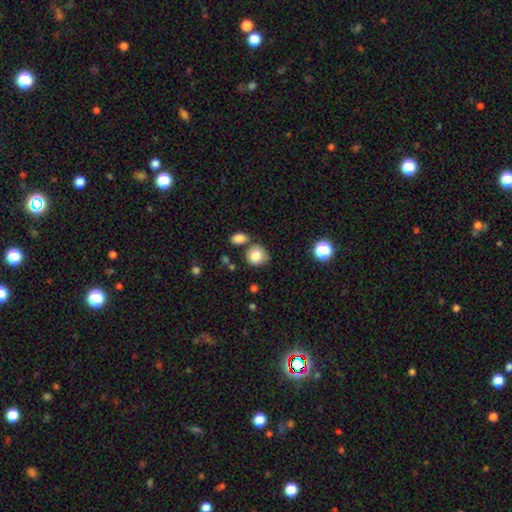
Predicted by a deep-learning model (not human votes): Overall: smooth (82%). How rounded: round (80%). Merging: none (70%).